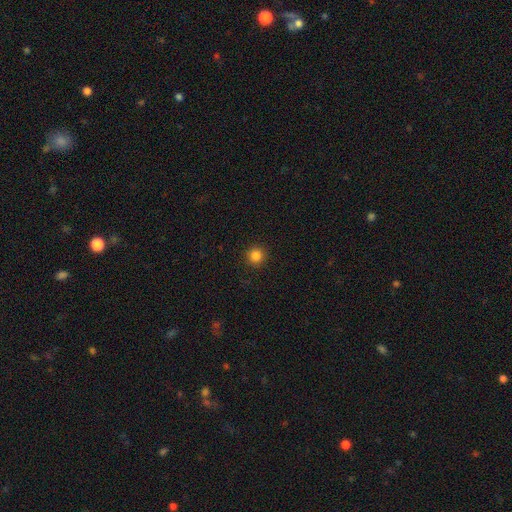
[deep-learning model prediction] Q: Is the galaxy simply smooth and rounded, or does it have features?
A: smooth — 84%.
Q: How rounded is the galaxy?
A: round — 95%.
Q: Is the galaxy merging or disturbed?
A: none — 92%.